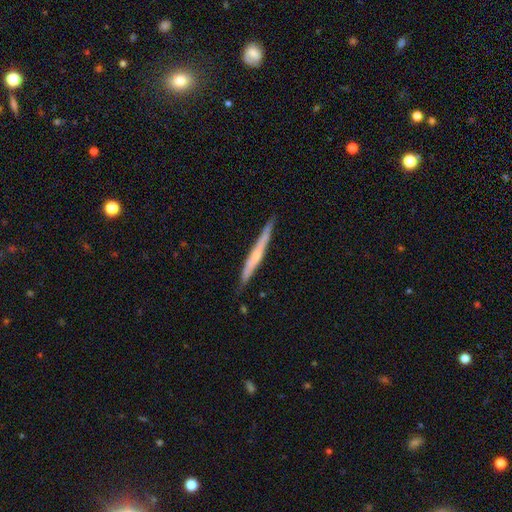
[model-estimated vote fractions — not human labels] The model was most divided on "edge-on bulge": rounded: 48%, none: 46%, boxy: 6%. More confident: edge-on disk — yes (96%); merging — none (86%); smooth or featured — featured or disk (58%).